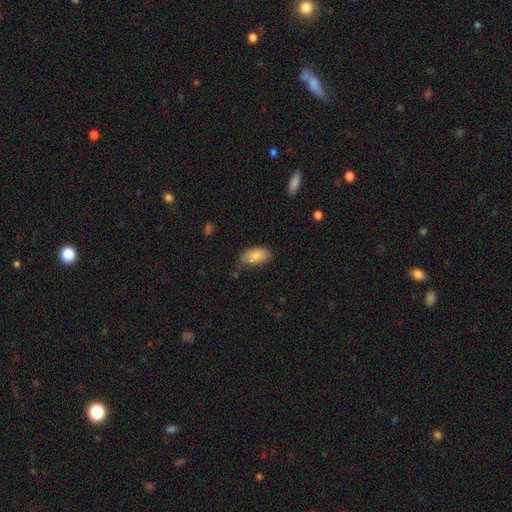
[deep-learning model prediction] A smooth galaxy with no disk features (82%) that is in between round and cigar-shaped (94%). Merging: none (71%).